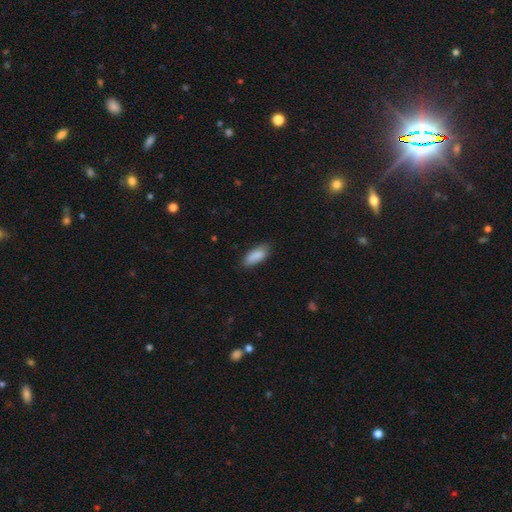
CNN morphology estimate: smooth_or_featured: smooth (p=0.88) [alt: star or artifact p=0.06]
how_rounded: in between (p=0.78) [alt: cigar-shaped p=0.20]
merging: none (p=0.81) [alt: minor disturbance p=0.15]